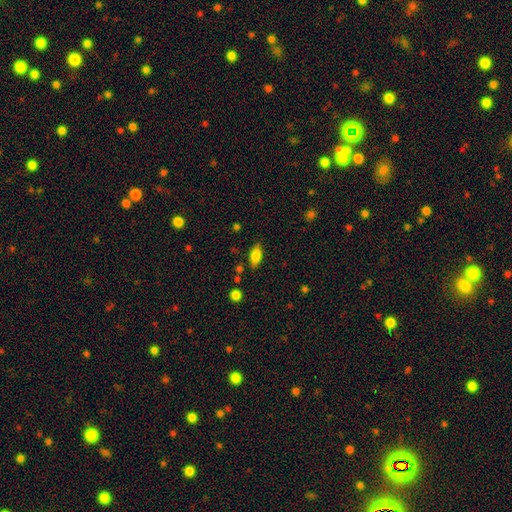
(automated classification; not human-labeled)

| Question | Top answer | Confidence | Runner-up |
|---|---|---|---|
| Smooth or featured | smooth | 79% | featured or disk (13%) |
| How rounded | in between | 86% | cigar-shaped (10%) |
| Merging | none | 81% | minor disturbance (13%) |